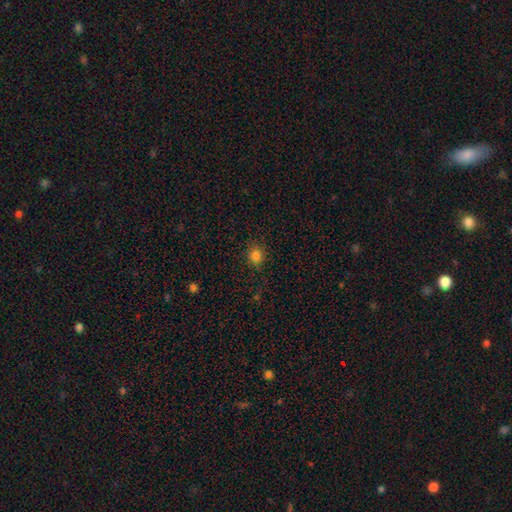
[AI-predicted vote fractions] smooth_or_featured: smooth (p=0.82) [alt: star or artifact p=0.14]
how_rounded: round (p=0.76) [alt: in between p=0.23]
merging: none (p=0.85) [alt: minor disturbance p=0.10]